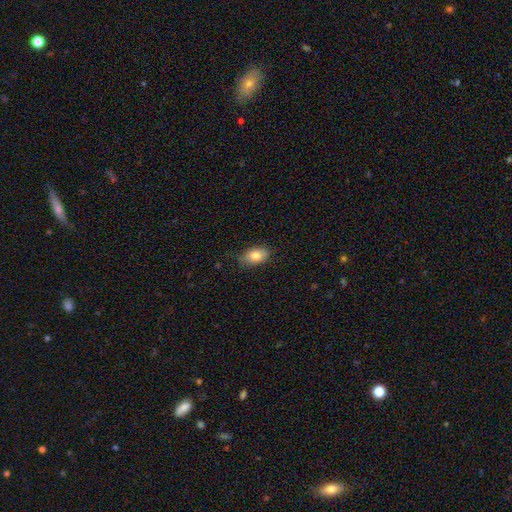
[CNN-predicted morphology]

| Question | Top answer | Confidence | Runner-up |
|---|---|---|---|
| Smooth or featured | smooth | 81% | featured or disk (12%) |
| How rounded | in between | 88% | round (10%) |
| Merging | none | 79% | minor disturbance (17%) |